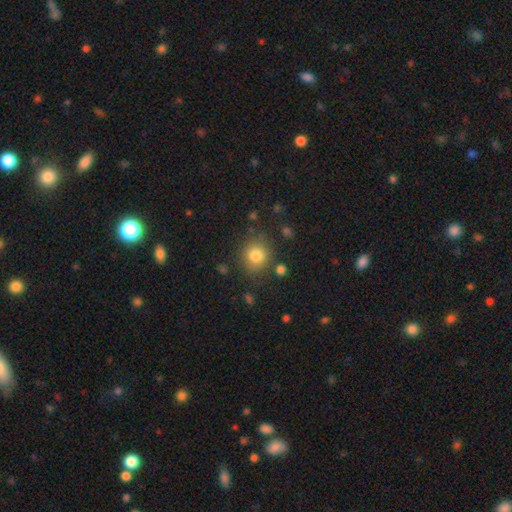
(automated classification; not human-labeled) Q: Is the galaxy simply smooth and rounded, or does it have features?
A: smooth — 80%.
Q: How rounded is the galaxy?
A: round — 80%.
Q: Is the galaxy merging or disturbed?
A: none — 80%.